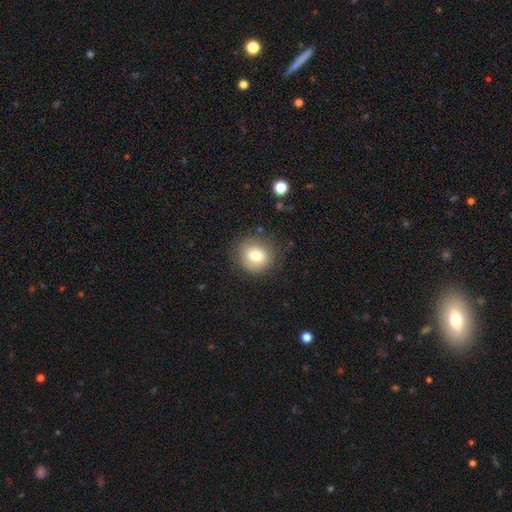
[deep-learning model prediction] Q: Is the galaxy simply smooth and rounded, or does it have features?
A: smooth — 76%.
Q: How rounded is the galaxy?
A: round — 78%.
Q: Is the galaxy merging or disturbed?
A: none — 81%.